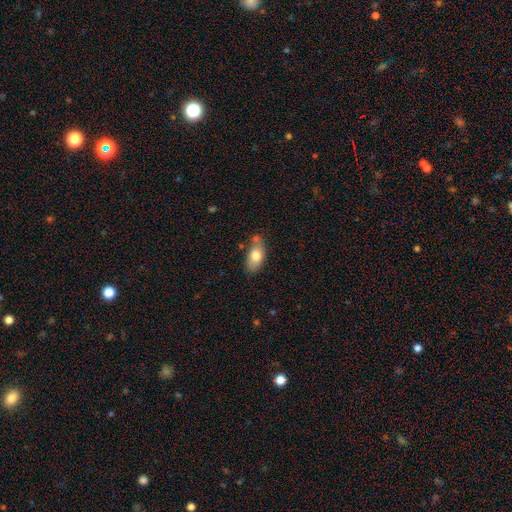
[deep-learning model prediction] Morphology: type=smooth (74%); roundness=in between (87%); merging=none (59%).